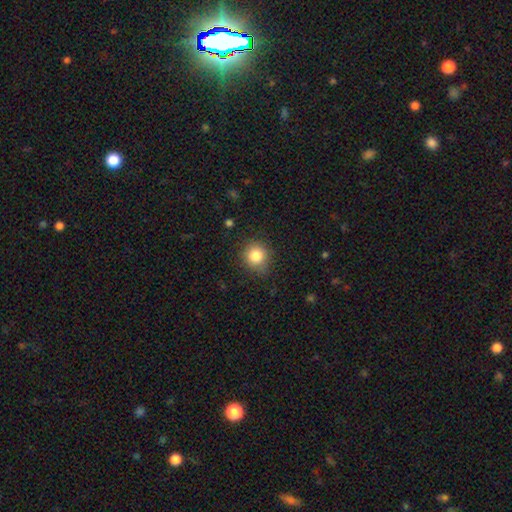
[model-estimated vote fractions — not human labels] Morphology: type=smooth (84%); roundness=round (86%); merging=none (83%).